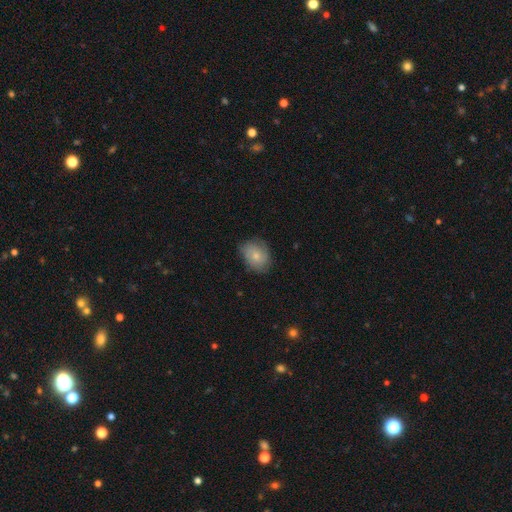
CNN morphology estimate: smooth 64%, featured or disk 29%, star or artifact 7%. Down the decision tree: how rounded — in between (54%); merging — none (73%).